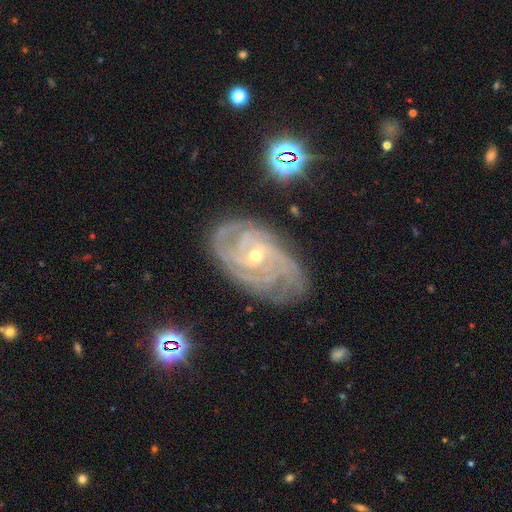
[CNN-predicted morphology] A featured or disk galaxy (89%) with no bar (51%), 4 (26%) tight (71%) spiral arms (98%) and a small central bulge (65%). Merging: none (76%).